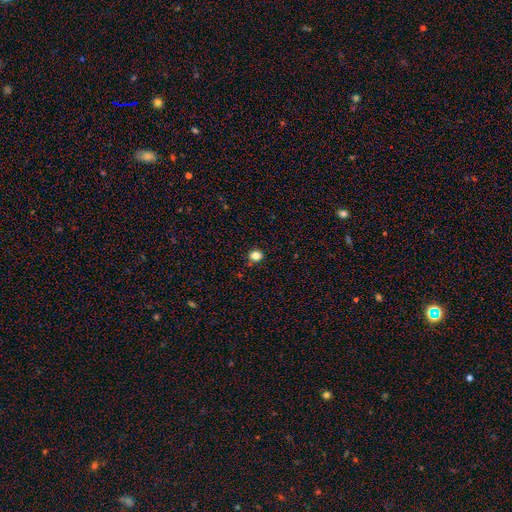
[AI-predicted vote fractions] smooth 83%, star or artifact 13%, featured or disk 5%. Down the decision tree: how rounded — round (77%); merging — none (89%).